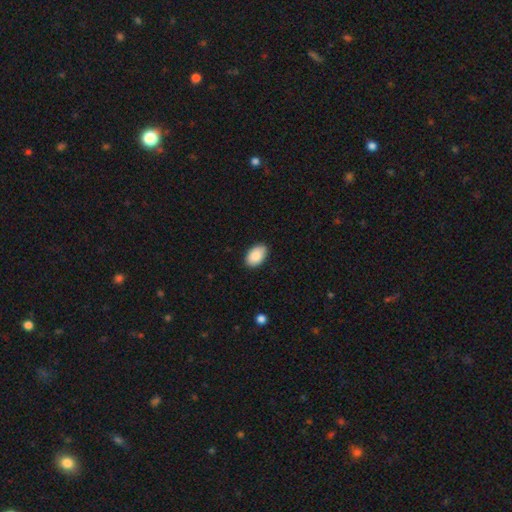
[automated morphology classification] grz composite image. It shows a smooth galaxy with no disk features (90%) that is in between round and cigar-shaped (92%). Merging: none (86%).